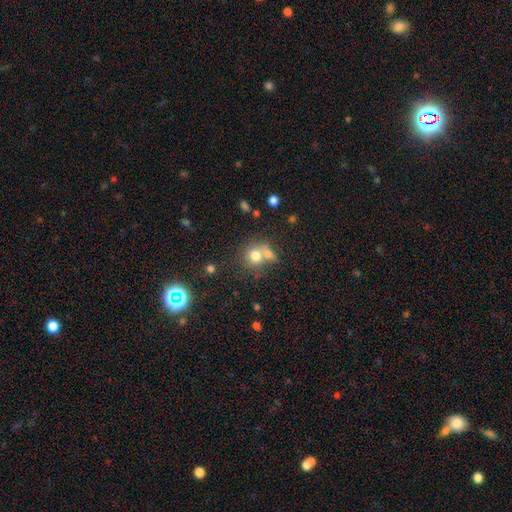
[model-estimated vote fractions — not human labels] Q: Smooth or featured?
A: smooth (74%); runner-up: featured or disk (14%)
Q: How rounded?
A: round (76%); runner-up: in between (23%)
Q: Merging?
A: merger (50%); runner-up: none (37%)